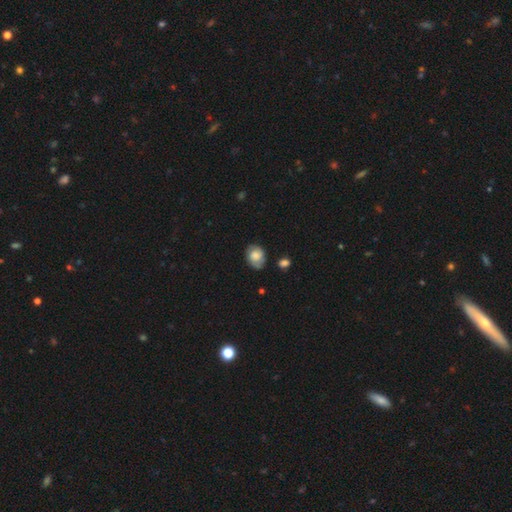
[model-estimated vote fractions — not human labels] The model was most divided on "how rounded": in between: 59%, round: 40%, cigar-shaped: 1%. More confident: merging — none (65%); smooth or featured — smooth (58%).